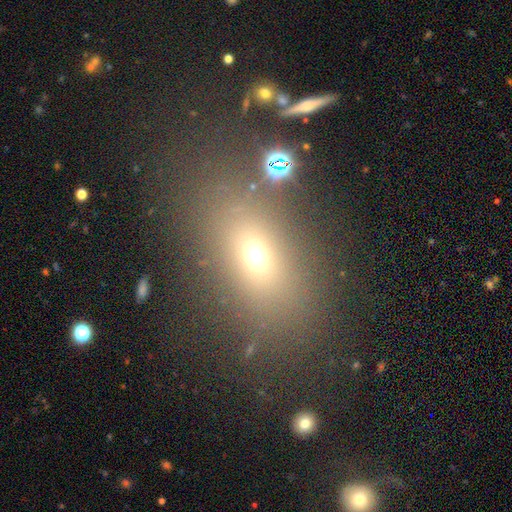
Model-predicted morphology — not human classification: smooth_or_featured: smooth (p=0.62) [alt: star or artifact p=0.23]
how_rounded: in between (p=0.69) [alt: round p=0.26]
merging: none (p=0.76) [alt: minor disturbance p=0.11]